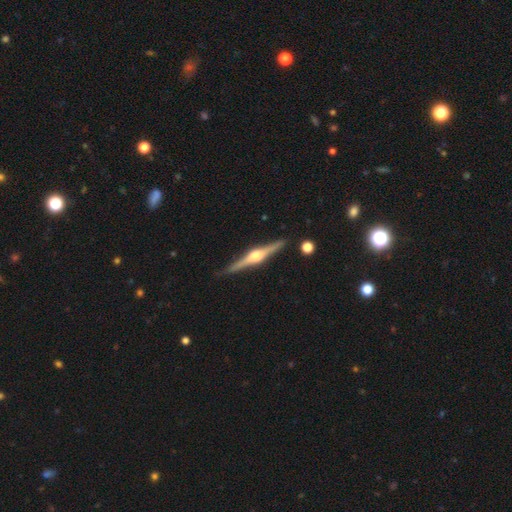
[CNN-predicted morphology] Overall: featured or disk (85%). Edge-on disk: yes (98%). Edge-on bulge: rounded (93%). Merging: none (89%).